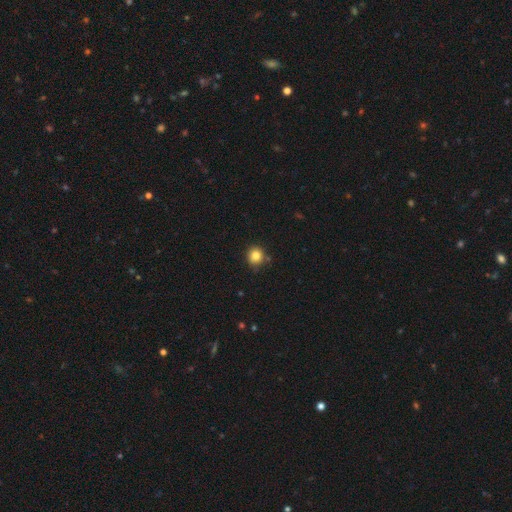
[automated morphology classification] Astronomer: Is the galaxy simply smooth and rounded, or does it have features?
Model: smooth — 84%.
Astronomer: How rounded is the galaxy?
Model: round — 89%.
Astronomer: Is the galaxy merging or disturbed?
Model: none — 84%.